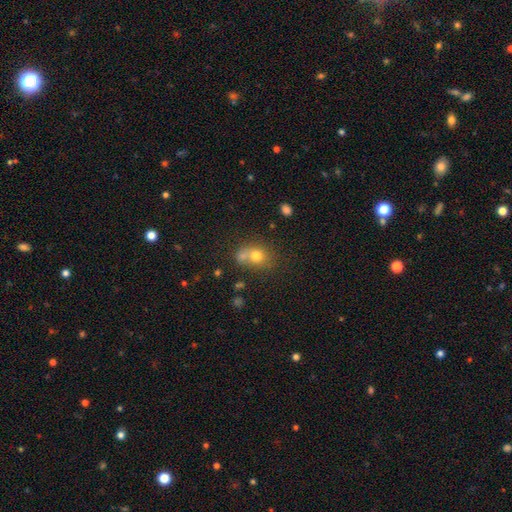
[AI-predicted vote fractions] Overall: smooth (72%). How rounded: round (64%; in between 35%). Merging: merger (45%; none 38%).